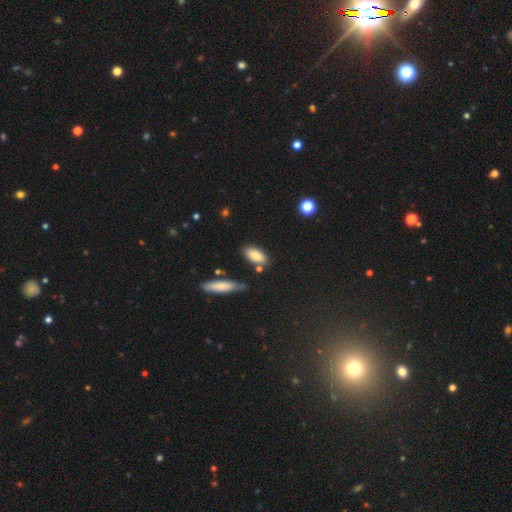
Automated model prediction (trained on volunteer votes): smooth 84%, featured or disk 9%, star or artifact 7%. Down the decision tree: how rounded — in between (84%); merging — none (77%).